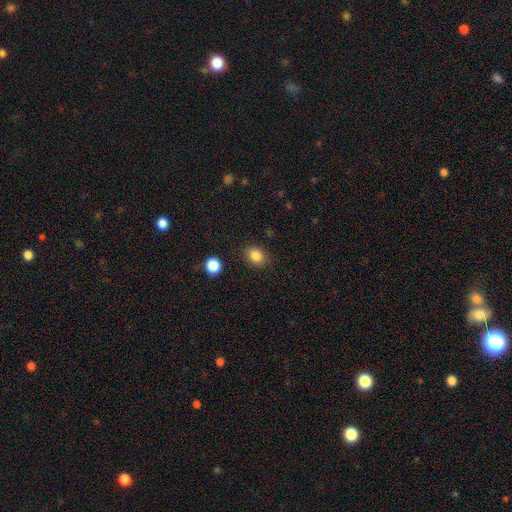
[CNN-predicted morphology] Smooth or featured? smooth (85%)
How rounded? in between (50%)
Merging? none (85%)